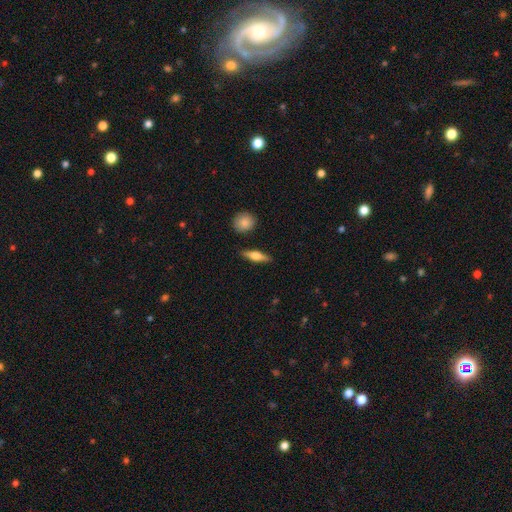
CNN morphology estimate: Smooth or featured?
  - smooth: 49% *
  - featured or disk: 45%
  - star or artifact: 6%
Merging?
  - none: 88% *
  - minor disturbance: 8%
  - merger: 2%
  - major disturbance: 2%